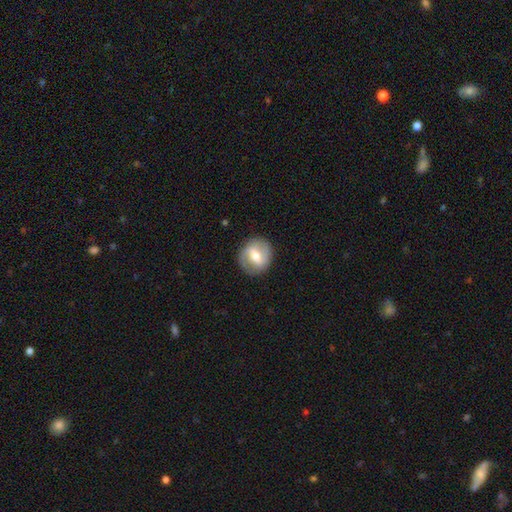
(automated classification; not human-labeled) Smooth or featured?
  - featured or disk: 63% *
  - smooth: 31%
  - star or artifact: 6%
Edge-on disk?
  - no: 96% *
  - yes: 4%
Bar?
  - weak: 45% *
  - strong: 35%
  - no: 20%
Spiral arms?
  - yes: 74% *
  - no: 26%
Bulge size?
  - moderate: 66% *
  - small: 26%
  - large: 5%
  - none: 1%
  - dominant: 1%
Merging?
  - none: 86% *
  - minor disturbance: 10%
  - major disturbance: 4%
  - merger: 1%